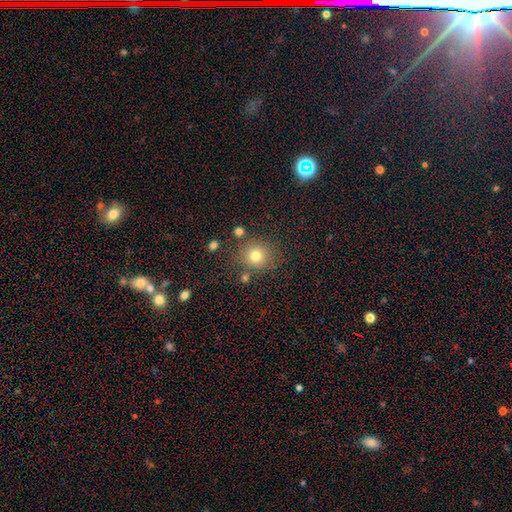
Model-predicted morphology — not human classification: smooth_or_featured: smooth (p=0.77) [alt: star or artifact p=0.14]
how_rounded: round (p=0.86) [alt: in between p=0.13]
merging: none (p=0.79) [alt: minor disturbance p=0.11]